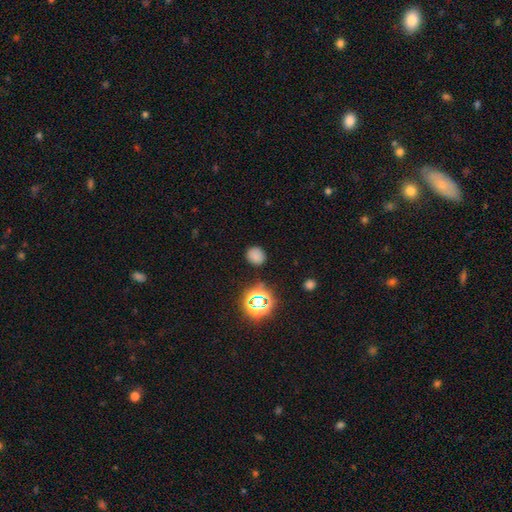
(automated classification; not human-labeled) This appears to be a smooth galaxy with no disk features (72%) that is round (66%). Merging: none (83%).